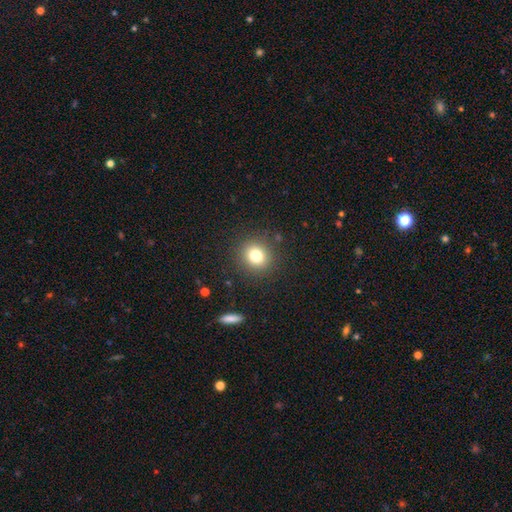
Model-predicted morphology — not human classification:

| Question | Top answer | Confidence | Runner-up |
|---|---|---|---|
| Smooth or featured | smooth | 79% | star or artifact (13%) |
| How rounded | round | 82% | in between (17%) |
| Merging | none | 88% | minor disturbance (8%) |